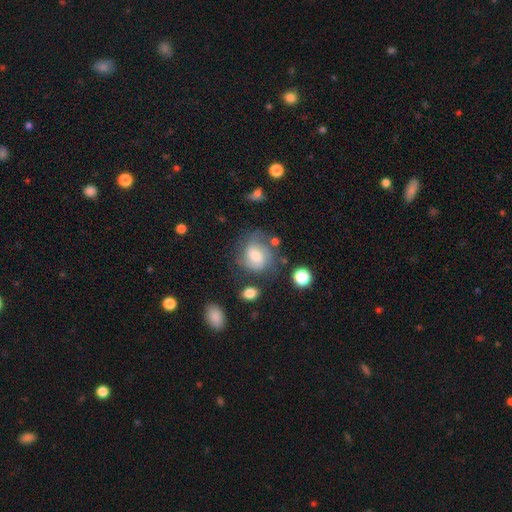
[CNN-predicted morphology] Smooth or featured? Predicted: featured or disk (p=0.56). Edge-on disk? Predicted: no (p=0.97). Bar? Predicted: no (p=0.49). Spiral arms? Predicted: yes (p=0.85). Bulge size? Predicted: moderate (p=0.56). Merging? Predicted: none (p=0.58).